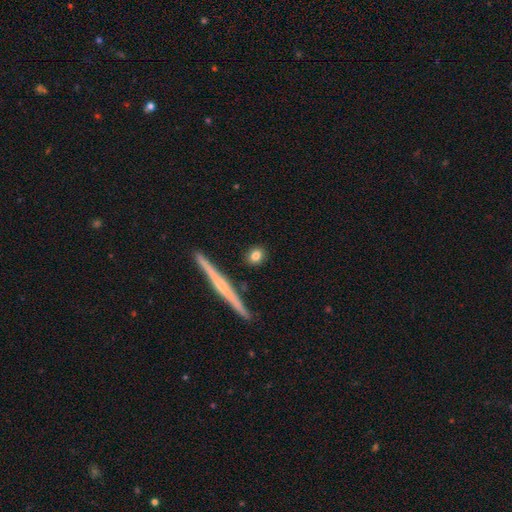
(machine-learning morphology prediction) type=smooth (80%); roundness=round (56%); merging=none (87%).